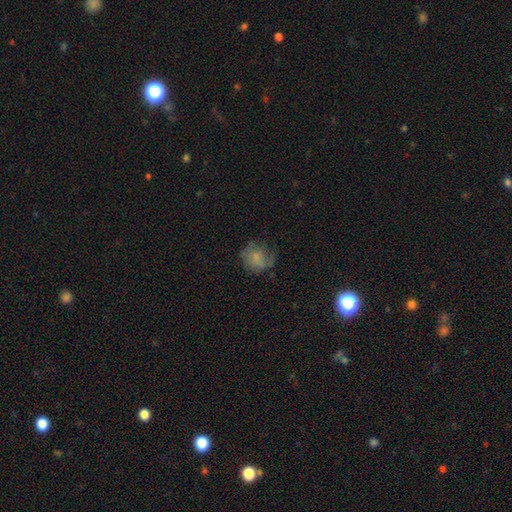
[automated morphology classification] This is likely a smooth galaxy (61%). How rounded: likely round (76%). Merging: possibly none (59%).